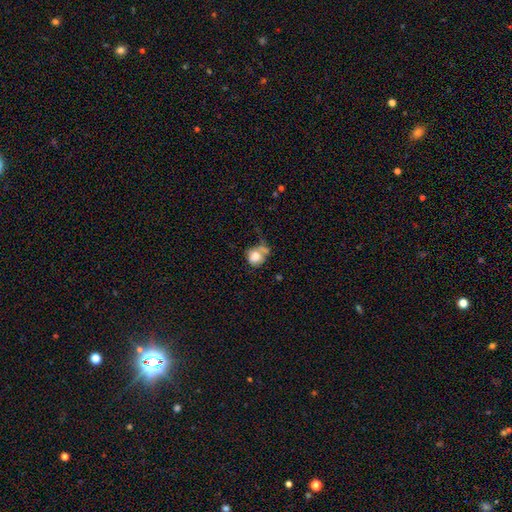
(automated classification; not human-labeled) Smooth or featured?
  - smooth: 71% *
  - featured or disk: 19%
  - star or artifact: 10%
How rounded?
  - round: 72% *
  - in between: 27%
  - cigar-shaped: 1%
Merging?
  - none: 38% *
  - merger: 24%
  - minor disturbance: 22%
  - major disturbance: 16%